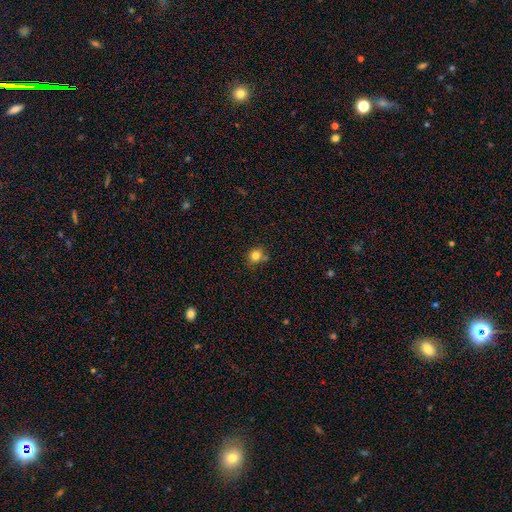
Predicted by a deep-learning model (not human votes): Q: Smooth or featured?
A: smooth (80%); runner-up: star or artifact (12%)
Q: How rounded?
A: round (70%); runner-up: in between (29%)
Q: Merging?
A: none (67%); runner-up: minor disturbance (18%)